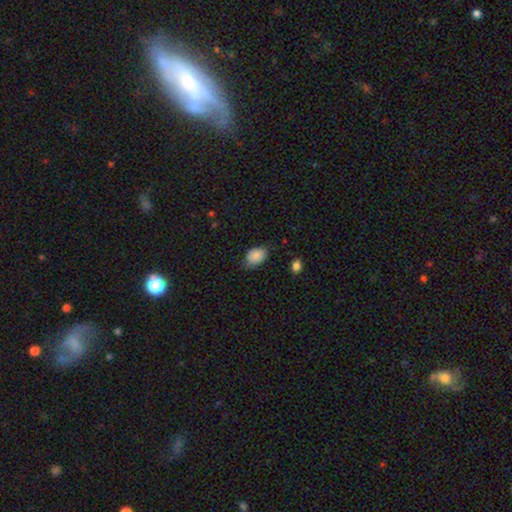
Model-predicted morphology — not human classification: Smooth or featured: smooth — 87% (star or artifact — 7%)
How rounded: in between — 81% (round — 18%)
Merging: none — 66% (minor disturbance — 28%)